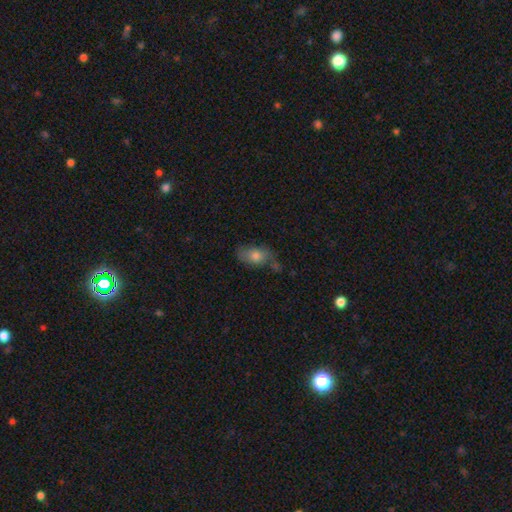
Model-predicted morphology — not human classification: Smooth or featured: smooth — 70% (featured or disk — 21%)
How rounded: in between — 86% (round — 10%)
Merging: none — 54% (minor disturbance — 27%)